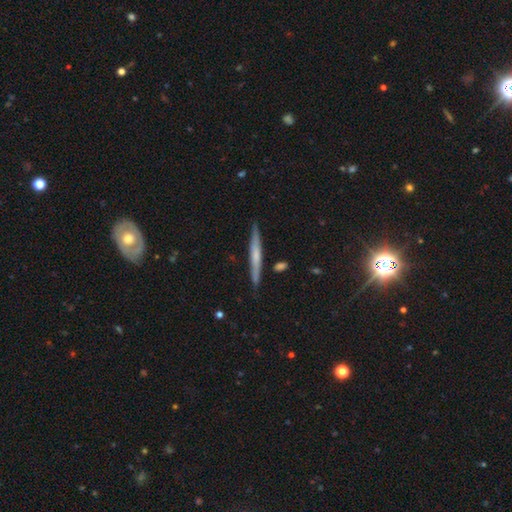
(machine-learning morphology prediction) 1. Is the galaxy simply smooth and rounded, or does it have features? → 53% featured or disk, 41% smooth, 6% star or artifact.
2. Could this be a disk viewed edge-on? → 96% yes, 4% no.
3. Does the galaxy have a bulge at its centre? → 55% none, 34% rounded, 11% boxy.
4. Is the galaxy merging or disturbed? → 88% none, 9% minor disturbance, 2% merger, 2% major disturbance.